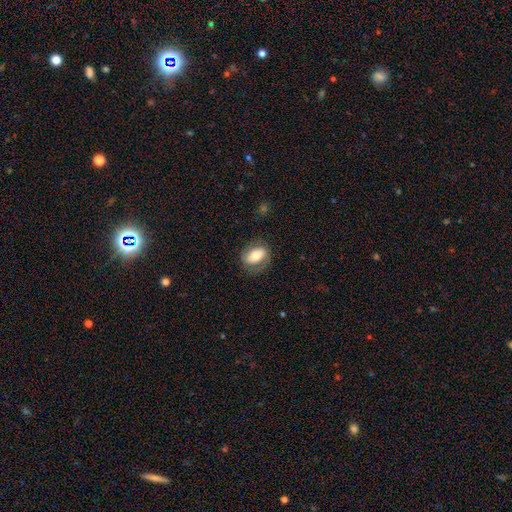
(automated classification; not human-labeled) smooth 57%, featured or disk 35%, star or artifact 7%. Down the decision tree: how rounded — in between (78%); merging — none (72%).